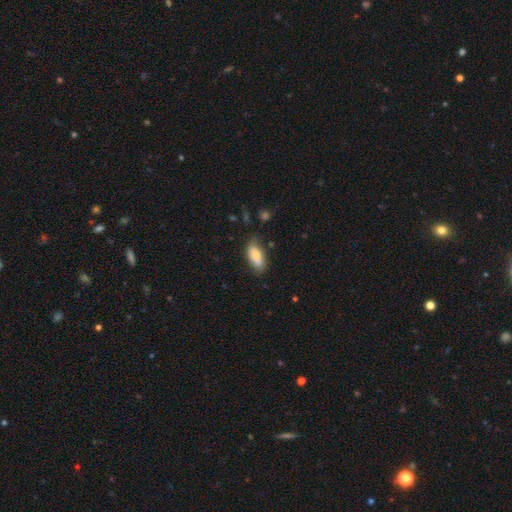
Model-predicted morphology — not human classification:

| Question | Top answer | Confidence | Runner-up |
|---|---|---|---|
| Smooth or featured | smooth | 80% | featured or disk (13%) |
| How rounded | in between | 87% | cigar-shaped (10%) |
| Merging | none | 70% | minor disturbance (23%) |